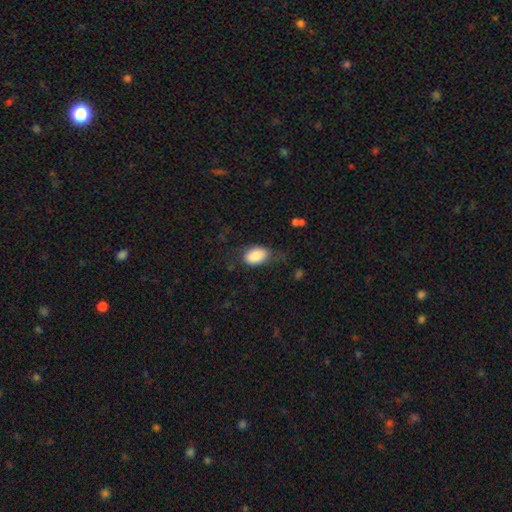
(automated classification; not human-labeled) This is clearly a smooth galaxy (84%). How rounded: clearly in between (90%). Merging: possibly none (58%).